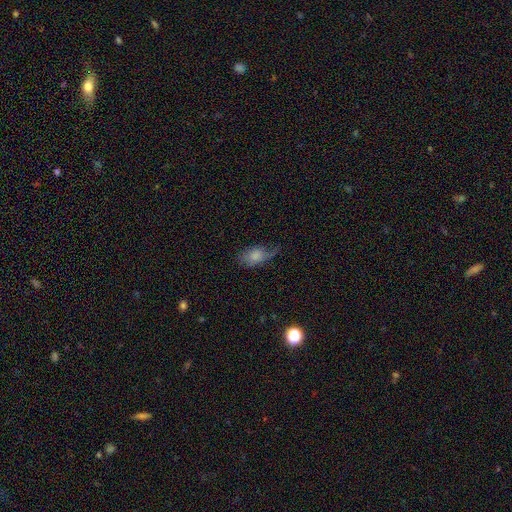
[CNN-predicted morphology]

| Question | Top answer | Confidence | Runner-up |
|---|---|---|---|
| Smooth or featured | smooth | 70% | featured or disk (21%) |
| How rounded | in between | 89% | round (8%) |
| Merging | none | 38% | minor disturbance (35%) |